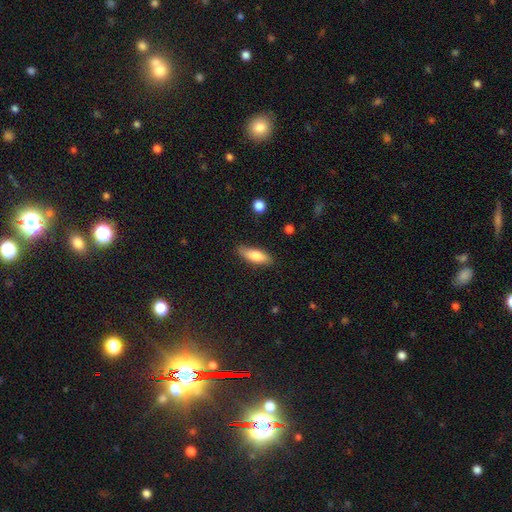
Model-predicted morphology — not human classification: Overall: smooth (76%). How rounded: in between (60%; cigar-shaped 38%). Merging: none (83%).